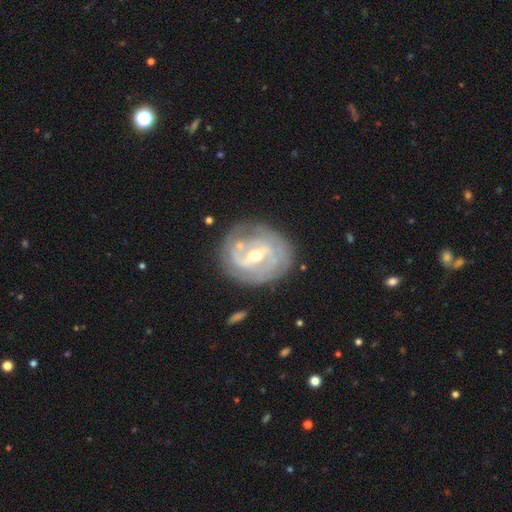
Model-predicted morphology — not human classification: Smooth or featured? featured or disk (85%)
Edge-on disk? no (97%)
Bar? weak (46%)
Spiral arms? yes (87%)
Spiral winding? tight (58%)
Spiral arm count? 2 (50%)
Bulge size? moderate (62%)
Merging? none (75%)